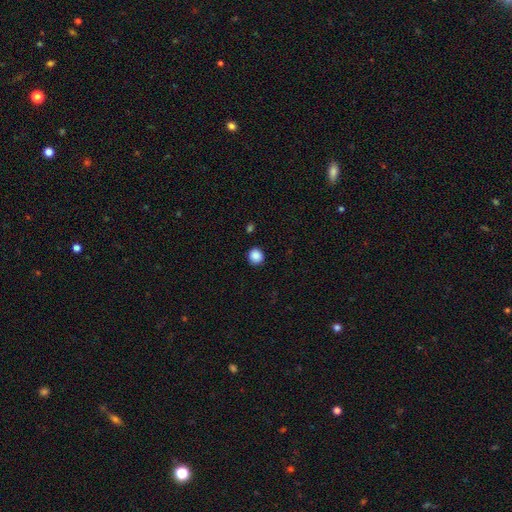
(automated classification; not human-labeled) This appears to be a smooth galaxy with no disk features (88%) that is round (92%). Merging: none (91%).